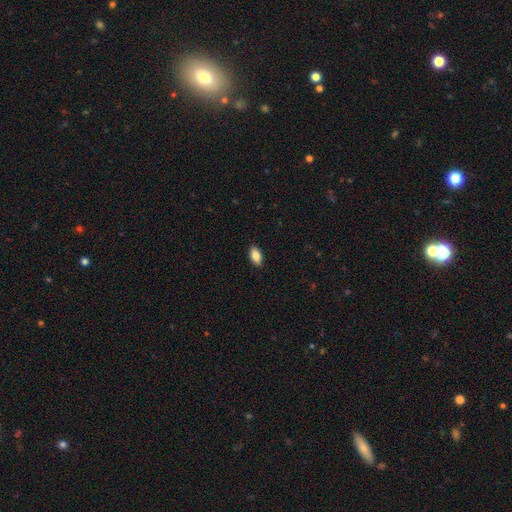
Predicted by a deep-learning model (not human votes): This is clearly a smooth galaxy (86%). How rounded: clearly in between (92%). Merging: clearly none (90%).